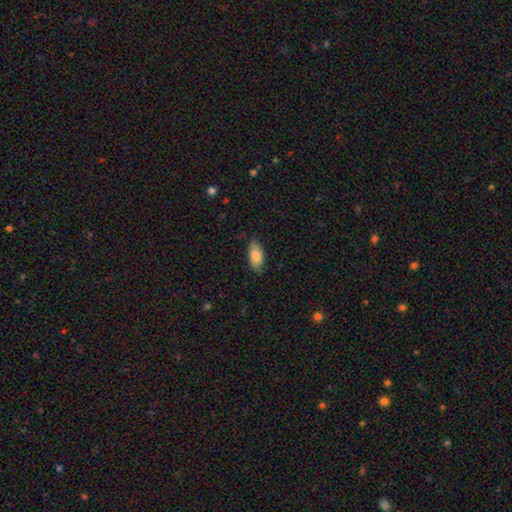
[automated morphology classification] This appears to be a smooth galaxy with no disk features (81%) that is in between round and cigar-shaped (89%). Merging: none (78%).